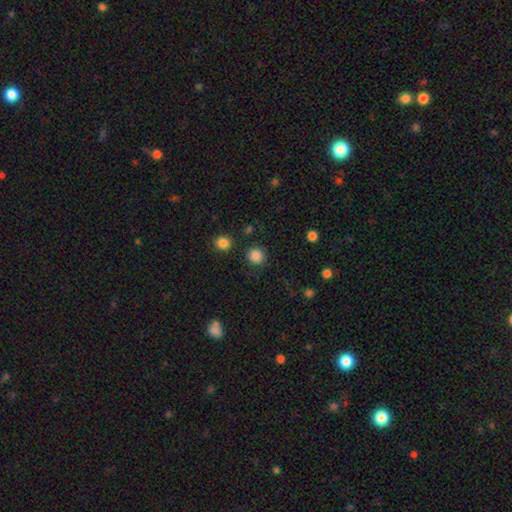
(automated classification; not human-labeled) This is clearly a smooth galaxy (86%). How rounded: clearly round (91%). Merging: clearly none (87%).